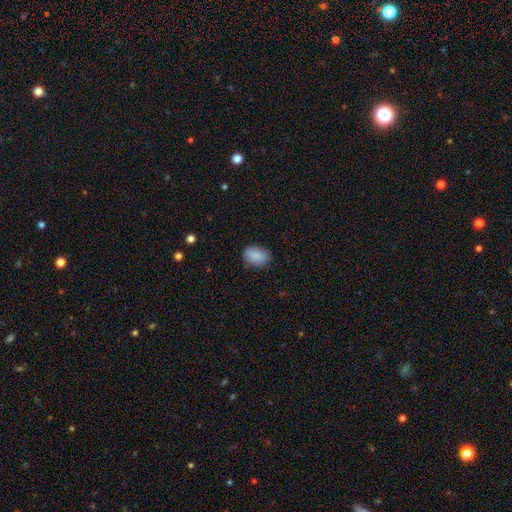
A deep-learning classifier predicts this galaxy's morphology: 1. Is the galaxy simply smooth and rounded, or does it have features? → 89% smooth, 7% star or artifact, 4% featured or disk.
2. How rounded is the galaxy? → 82% in between, 17% round, 1% cigar-shaped.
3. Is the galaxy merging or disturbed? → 81% none, 15% minor disturbance, 3% major disturbance, 1% merger.